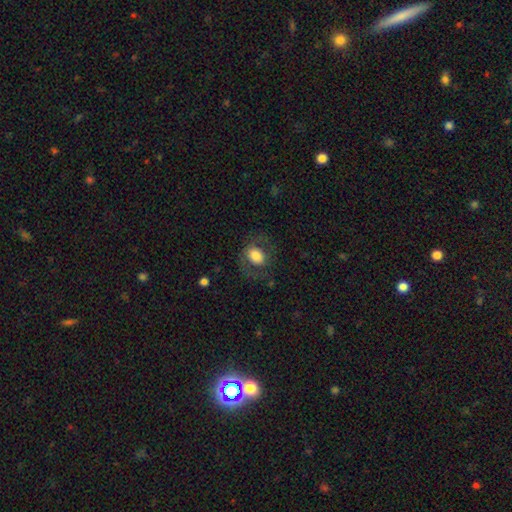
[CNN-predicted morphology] This appears to be a smooth galaxy with no disk features (68%) that is in between round and cigar-shaped (56%). Merging: none (69%).